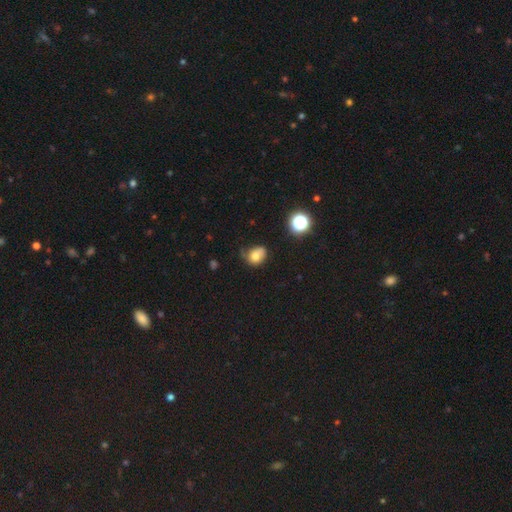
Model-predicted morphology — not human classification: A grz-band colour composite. It shows a smooth galaxy with no disk features (73%) that is round (52%). Merging: none (46%).